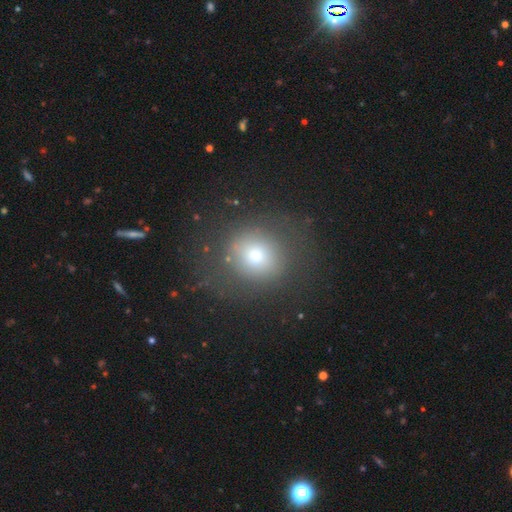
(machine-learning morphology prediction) This is likely a smooth galaxy (62%). How rounded: clearly round (83%). Merging: likely none (74%).